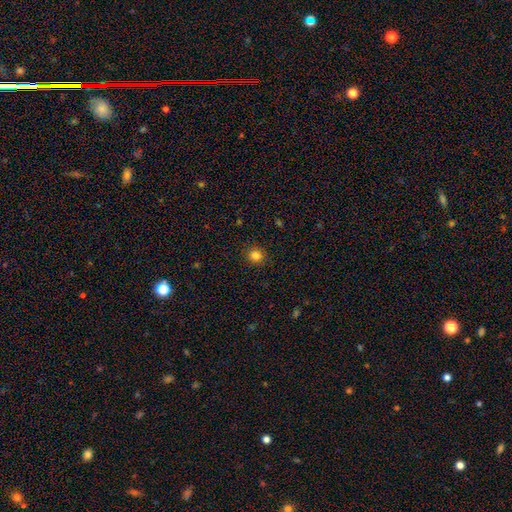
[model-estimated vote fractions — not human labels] Smooth or featured?
  - smooth: 83% *
  - star or artifact: 12%
  - featured or disk: 5%
How rounded?
  - round: 89% *
  - in between: 10%
  - cigar-shaped: 1%
Merging?
  - none: 91% *
  - minor disturbance: 6%
  - major disturbance: 2%
  - merger: 1%